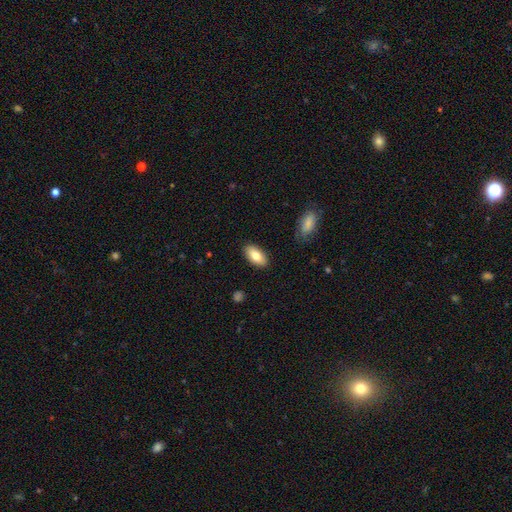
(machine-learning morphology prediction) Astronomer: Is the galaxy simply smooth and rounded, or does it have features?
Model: smooth — 79%.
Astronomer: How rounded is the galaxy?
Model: in between — 92%.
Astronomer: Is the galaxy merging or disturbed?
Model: none — 87%.